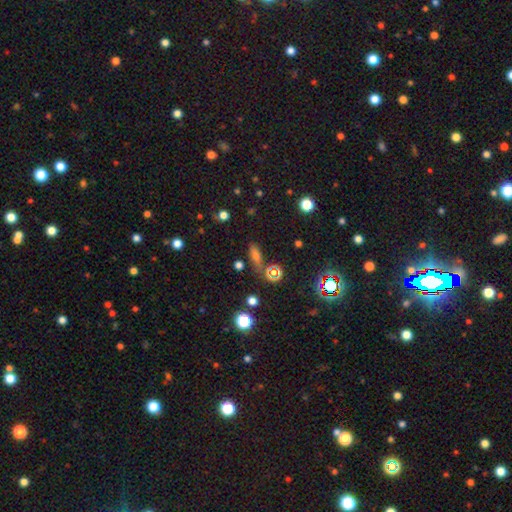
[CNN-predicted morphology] smooth 56%, star or artifact 29%, featured or disk 15%. Down the decision tree: how rounded — in between (49%); merging — none (71%).